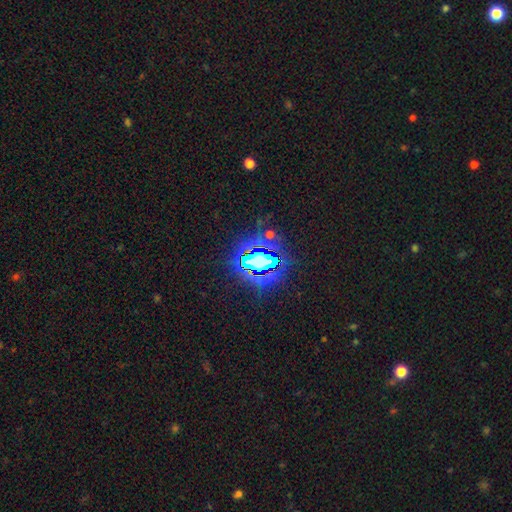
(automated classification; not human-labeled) smooth-or-featured: star or artifact: 81% | smooth: 12% | featured or disk: 7%